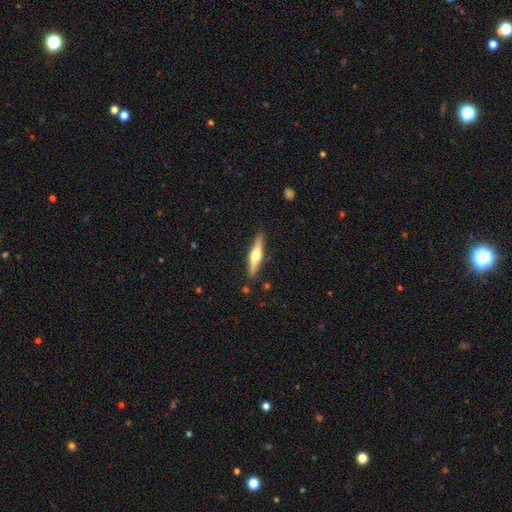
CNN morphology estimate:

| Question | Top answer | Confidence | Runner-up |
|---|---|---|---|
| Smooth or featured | featured or disk | 56% | smooth (39%) |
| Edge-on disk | yes | 95% | no (5%) |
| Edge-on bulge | rounded | 91% | boxy (5%) |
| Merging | none | 88% | minor disturbance (9%) |